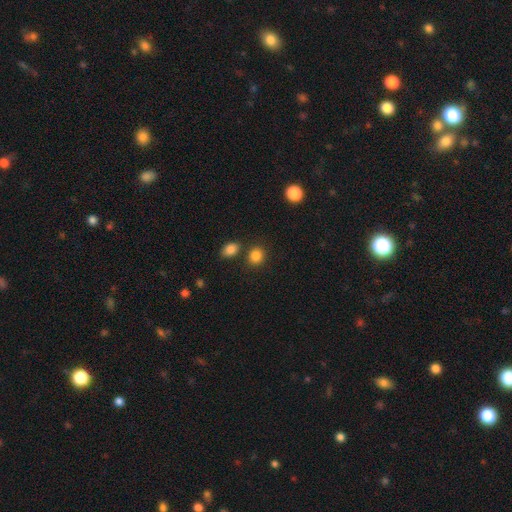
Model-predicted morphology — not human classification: smooth 84%, star or artifact 11%, featured or disk 5%. Down the decision tree: how rounded — round (72%); merging — none (76%).